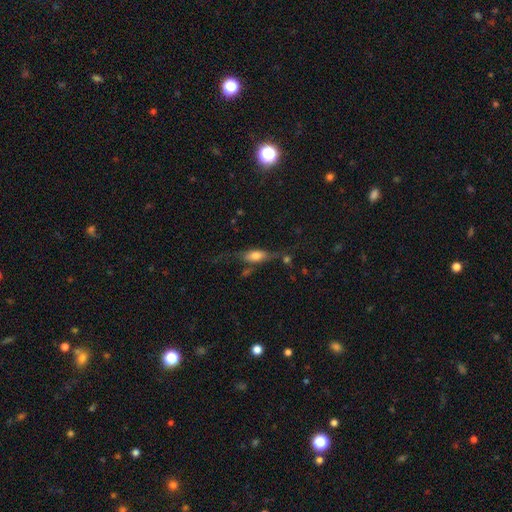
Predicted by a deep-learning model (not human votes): Smooth or featured: smooth — 52% (featured or disk — 40%)
How rounded: in between — 64% (cigar-shaped — 31%)
Merging: none — 48% (minor disturbance — 24%)